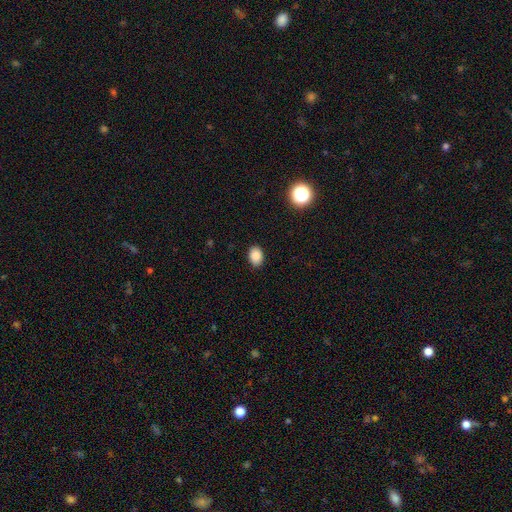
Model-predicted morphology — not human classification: The model was most divided on "how rounded": in between: 77%, round: 22%, cigar-shaped: 1%. More confident: merging — none (88%); smooth or featured — smooth (87%).